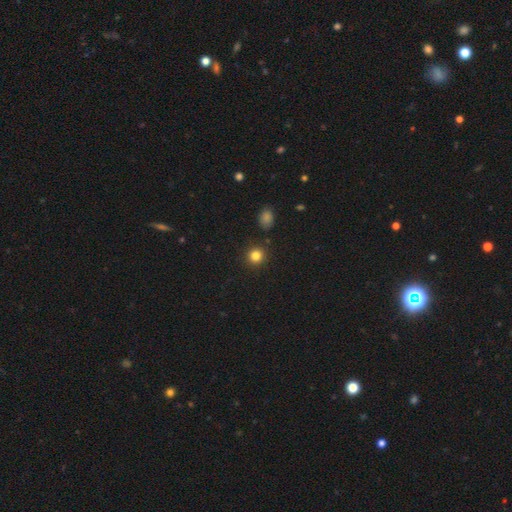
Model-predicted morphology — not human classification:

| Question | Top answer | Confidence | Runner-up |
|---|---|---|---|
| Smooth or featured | smooth | 83% | star or artifact (12%) |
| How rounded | round | 91% | in between (8%) |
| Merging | none | 89% | minor disturbance (6%) |